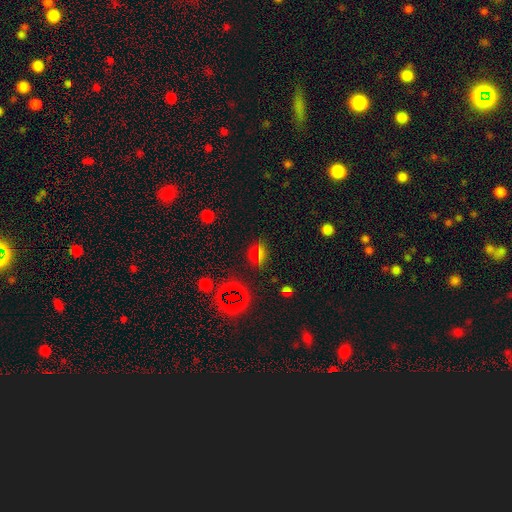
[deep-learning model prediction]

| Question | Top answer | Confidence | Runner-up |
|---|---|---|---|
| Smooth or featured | smooth | 48% | star or artifact (43%) |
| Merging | none | 79% | minor disturbance (12%) |